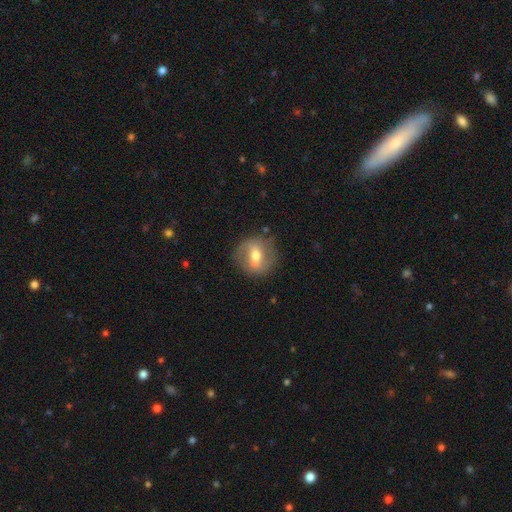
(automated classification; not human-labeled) This is possibly a featured or disk galaxy (51%). It is clearly not viewed edge-on (91%). Merging: likely none (69%).